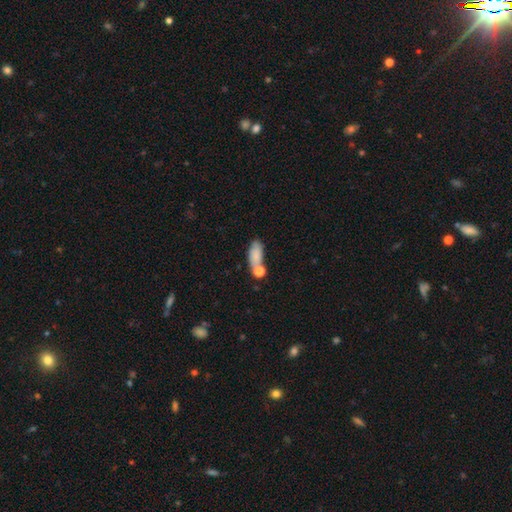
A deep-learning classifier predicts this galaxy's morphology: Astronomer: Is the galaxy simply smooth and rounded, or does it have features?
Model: smooth — 78%.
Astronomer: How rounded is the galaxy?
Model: in between — 81%.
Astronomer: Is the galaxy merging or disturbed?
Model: none — 48% (runner-up: merger, 27%).